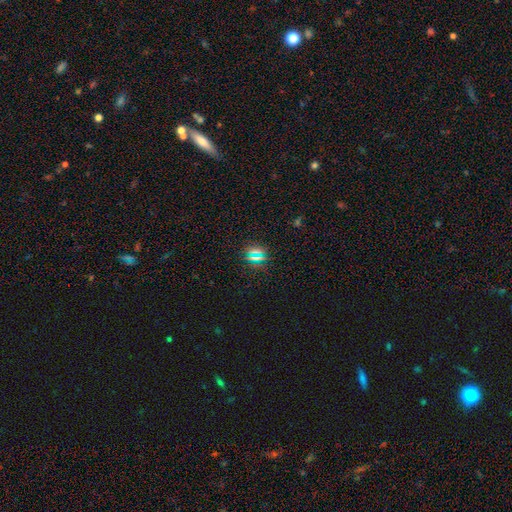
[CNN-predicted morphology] Smooth or featured?
  - star or artifact: 57% *
  - smooth: 33%
  - featured or disk: 10%